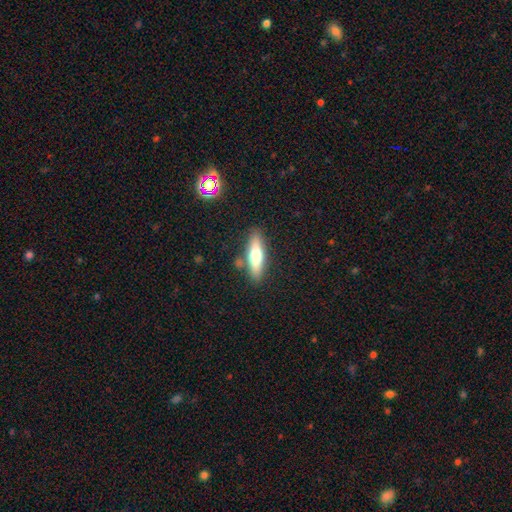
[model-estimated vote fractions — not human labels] This is possibly a smooth galaxy (58%). How rounded: likely cigar-shaped (64%). Merging: clearly none (81%).